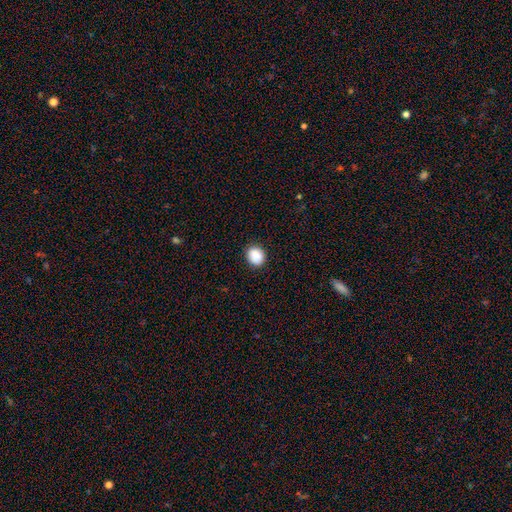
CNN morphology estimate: Smooth or featured?
  - smooth: 88% *
  - star or artifact: 8%
  - featured or disk: 4%
How rounded?
  - round: 58% *
  - in between: 41%
  - cigar-shaped: 1%
Merging?
  - none: 87% *
  - minor disturbance: 10%
  - major disturbance: 2%
  - merger: 1%